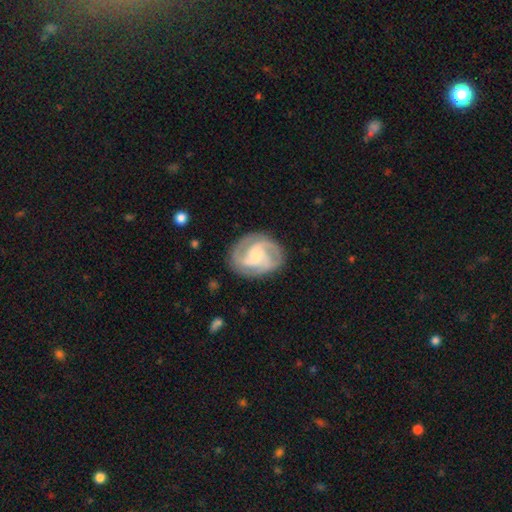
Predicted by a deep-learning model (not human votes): Smooth or featured? featured or disk (85%)
Edge-on disk? no (98%)
Bar? no (46%)
Spiral arms? yes (97%)
Spiral winding? medium (45%)
Spiral arm count? 3 (53%)
Bulge size? small (52%)
Merging? none (80%)